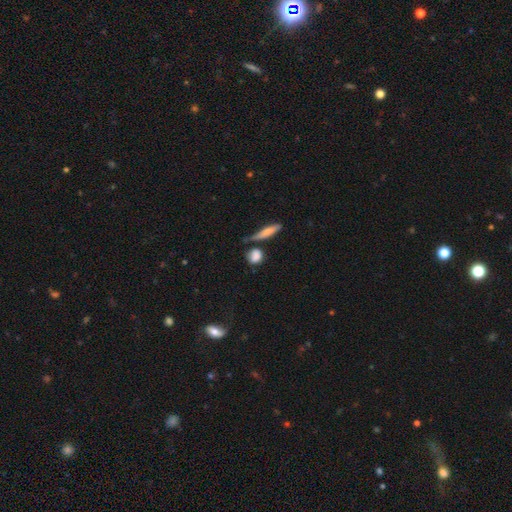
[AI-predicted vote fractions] Smooth or featured?
  - smooth: 81% *
  - featured or disk: 10%
  - star or artifact: 9%
How rounded?
  - round: 67% *
  - in between: 24%
  - cigar-shaped: 10%
Merging?
  - none: 60% *
  - minor disturbance: 18%
  - merger: 14%
  - major disturbance: 7%